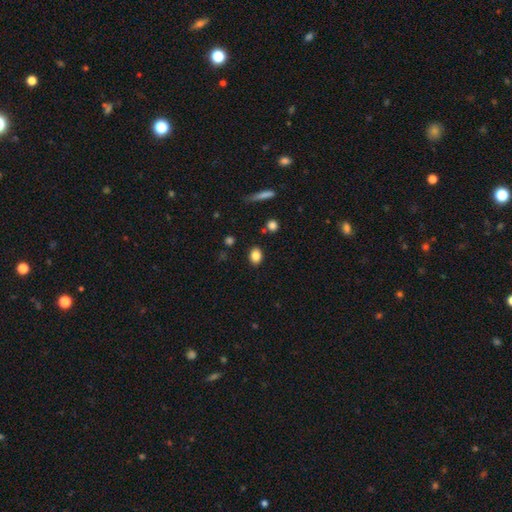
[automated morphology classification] Q: Smooth or featured?
A: smooth (83%); runner-up: star or artifact (10%)
Q: How rounded?
A: in between (66%); runner-up: round (32%)
Q: Merging?
A: none (86%); runner-up: minor disturbance (9%)